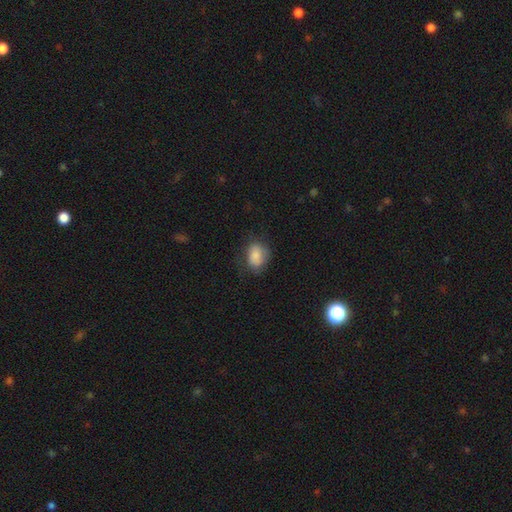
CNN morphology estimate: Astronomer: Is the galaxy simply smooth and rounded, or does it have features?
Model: smooth — 82%.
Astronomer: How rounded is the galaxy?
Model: in between — 72%.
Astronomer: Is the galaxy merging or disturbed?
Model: none — 63%.